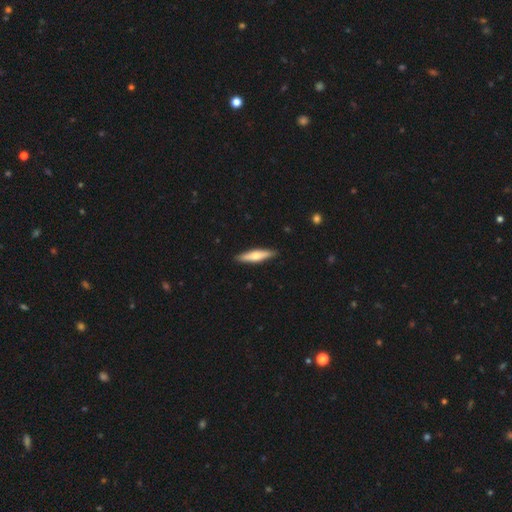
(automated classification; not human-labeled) A smooth galaxy with no disk features (50%). Merging: none (90%).